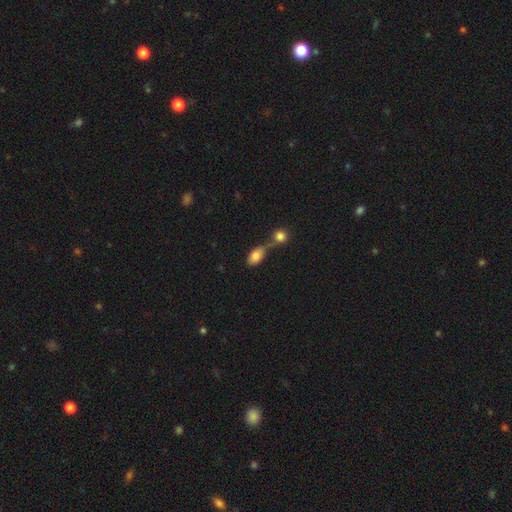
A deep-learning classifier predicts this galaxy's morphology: type=smooth (82%); roundness=in between (86%); merging=merger (52%).